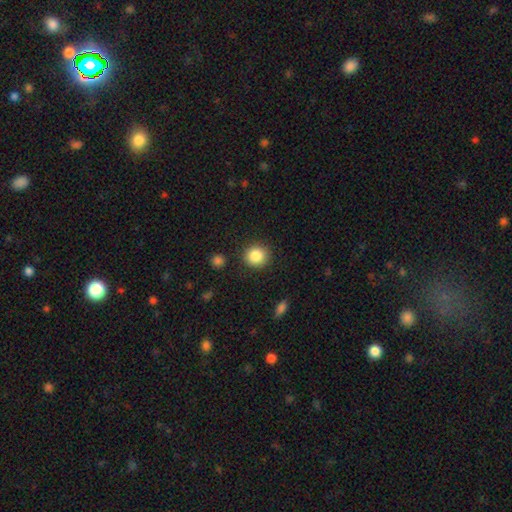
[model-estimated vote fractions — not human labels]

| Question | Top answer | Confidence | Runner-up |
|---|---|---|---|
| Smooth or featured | smooth | 86% | star or artifact (9%) |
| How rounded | round | 89% | in between (10%) |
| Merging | none | 88% | minor disturbance (7%) |